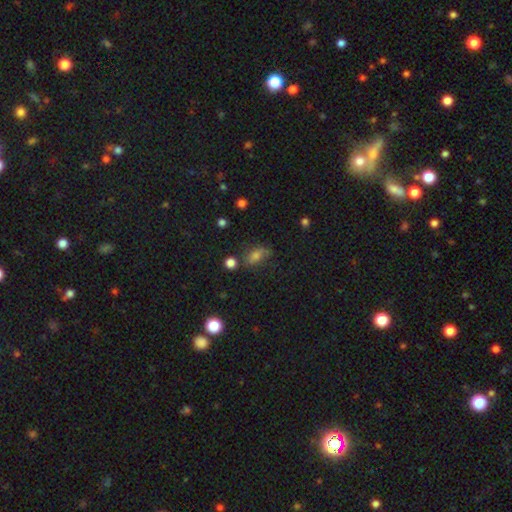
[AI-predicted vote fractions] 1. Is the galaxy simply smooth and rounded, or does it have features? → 66% smooth, 18% star or artifact, 16% featured or disk.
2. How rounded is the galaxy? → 78% in between, 15% round, 7% cigar-shaped.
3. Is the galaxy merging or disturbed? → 63% none, 23% minor disturbance, 9% major disturbance, 6% merger.